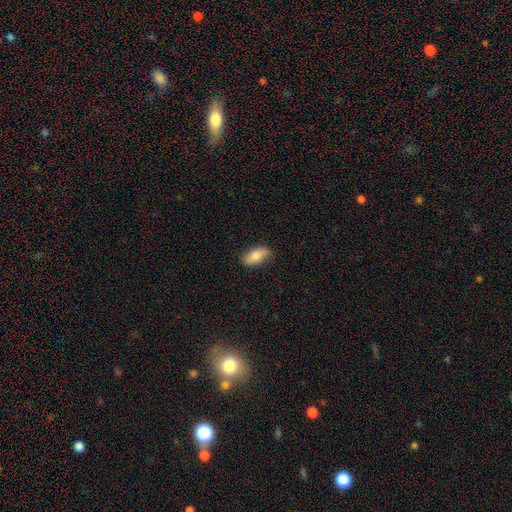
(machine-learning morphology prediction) A smooth galaxy with no disk features (76%) that is in between round and cigar-shaped (87%). Merging: none (84%).